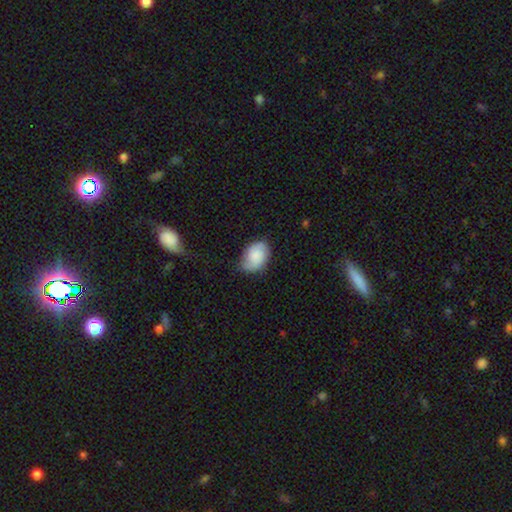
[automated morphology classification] Q: Smooth or featured?
A: smooth (56%); runner-up: featured or disk (36%)
Q: How rounded?
A: in between (80%); runner-up: round (19%)
Q: Merging?
A: none (69%); runner-up: minor disturbance (24%)